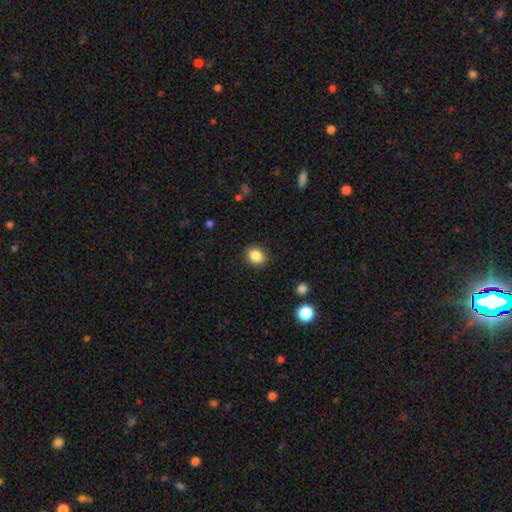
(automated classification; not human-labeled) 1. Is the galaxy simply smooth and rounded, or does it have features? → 86% smooth, 9% star or artifact, 4% featured or disk.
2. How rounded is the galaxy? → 50% round, 49% in between, 1% cigar-shaped.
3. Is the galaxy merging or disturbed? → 89% none, 8% minor disturbance, 2% major disturbance, 1% merger.